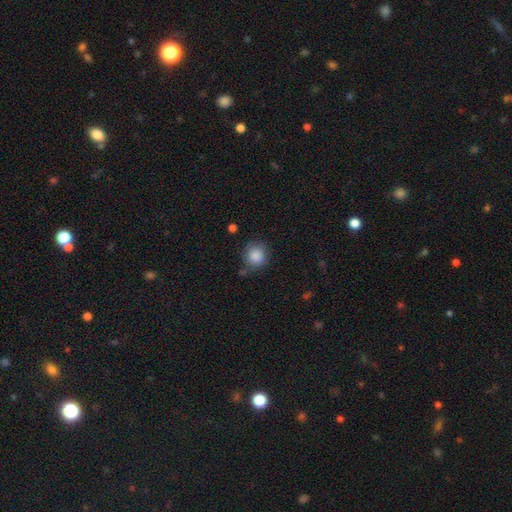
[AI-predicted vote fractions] Smooth or featured? Predicted: smooth (p=0.87). How rounded? Predicted: round (p=0.85). Merging? Predicted: none (p=0.75).